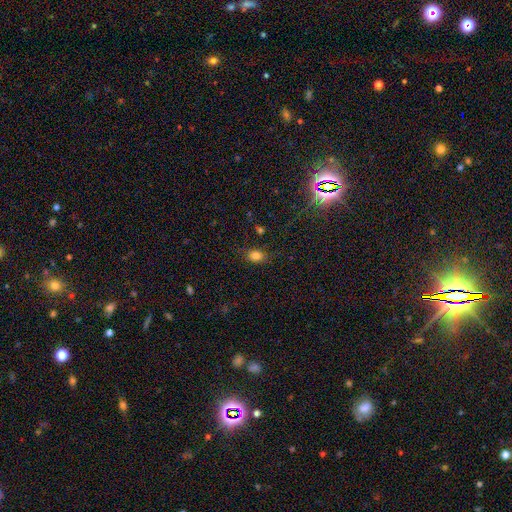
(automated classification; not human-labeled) Smooth or featured? Predicted: smooth (p=0.79). How rounded? Predicted: in between (p=0.69). Merging? Predicted: none (p=0.78).